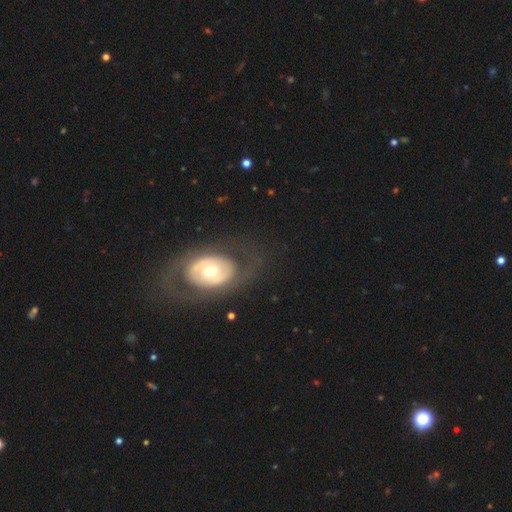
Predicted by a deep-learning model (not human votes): This is likely a featured or disk galaxy (70%). It is clearly not viewed edge-on (94%). Bar: likely no (73%). Spiral arm pattern: possibly yes (54%). Central bulge: possibly moderate (57%). Merging: likely none (78%).